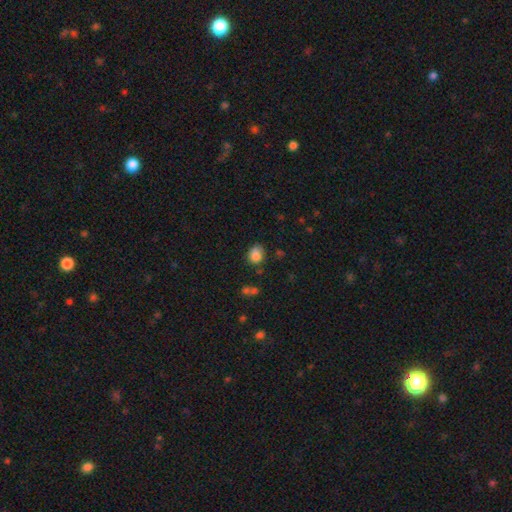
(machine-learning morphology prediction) Smooth or featured? smooth (83%)
How rounded? round (54%)
Merging? none (64%)